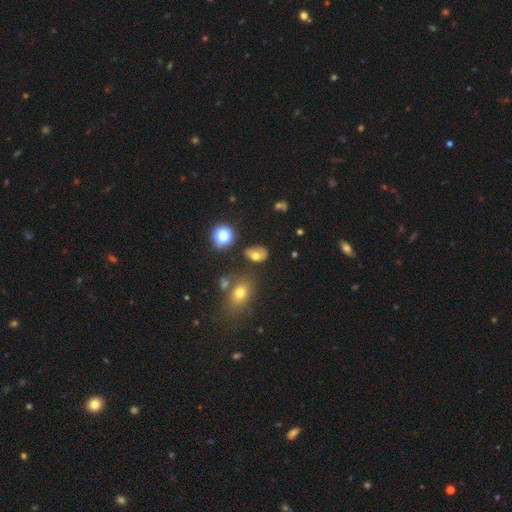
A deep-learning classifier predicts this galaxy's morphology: Overall: smooth (63%). How rounded: in between (77%). Merging: none (63%).